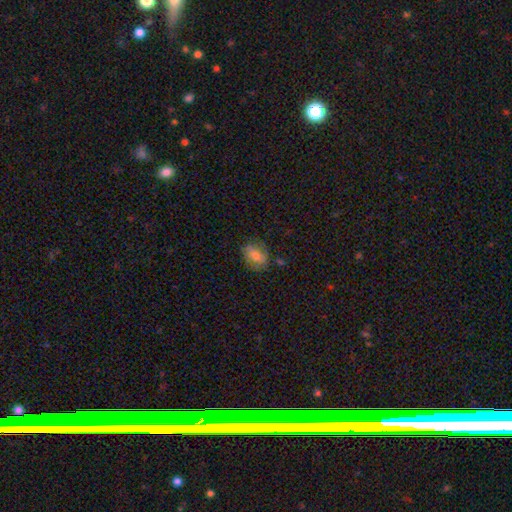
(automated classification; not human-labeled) Morphology: type=smooth (71%); roundness=in between (78%); merging=none (73%).